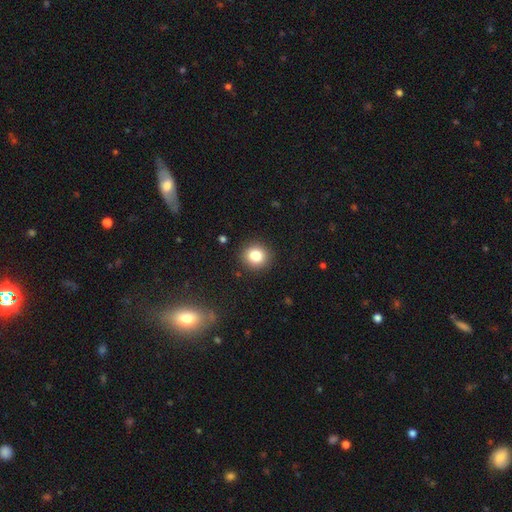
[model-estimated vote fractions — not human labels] smooth_or_featured: smooth (p=0.82) [alt: star or artifact p=0.11]
how_rounded: round (p=0.88) [alt: in between p=0.11]
merging: none (p=0.91) [alt: minor disturbance p=0.06]